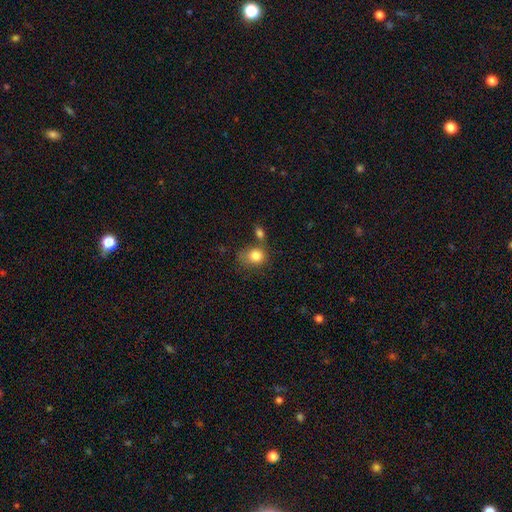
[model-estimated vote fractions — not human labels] Smooth or featured? smooth (82%)
How rounded? round (60%)
Merging? none (48%)